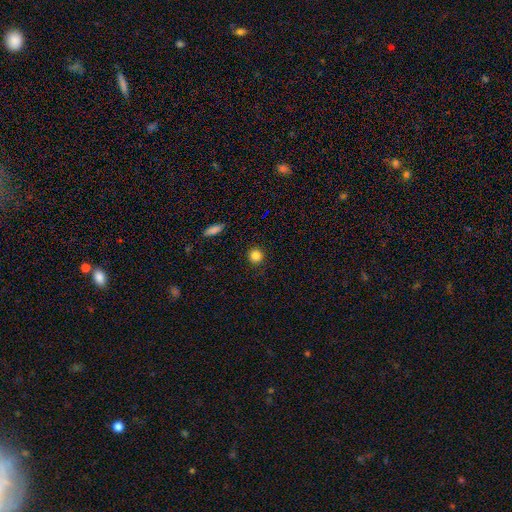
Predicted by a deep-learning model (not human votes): This appears to be a smooth galaxy with no disk features (84%) that is round (93%). Merging: none (91%).